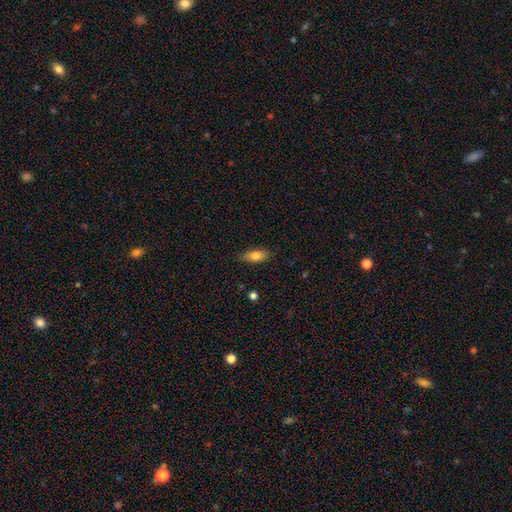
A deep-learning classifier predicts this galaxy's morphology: type=smooth (77%); roundness=in between (79%); merging=none (84%).